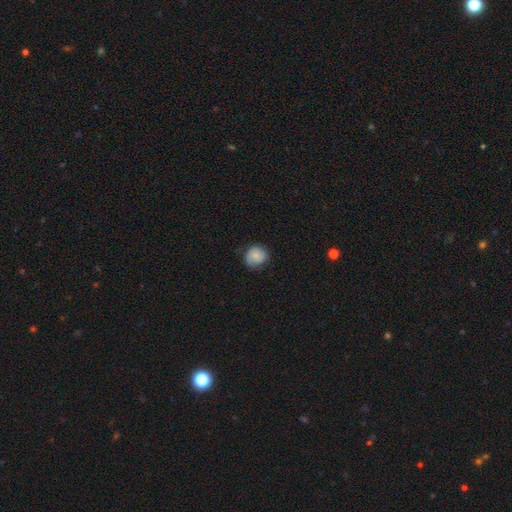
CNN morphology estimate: Overall: smooth (80%). How rounded: round (84%). Merging: none (70%).